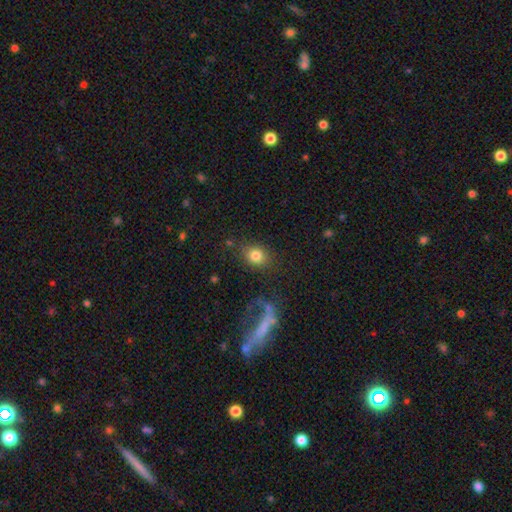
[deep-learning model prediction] Overall: smooth (79%). How rounded: round (58%; in between 40%). Merging: none (75%).